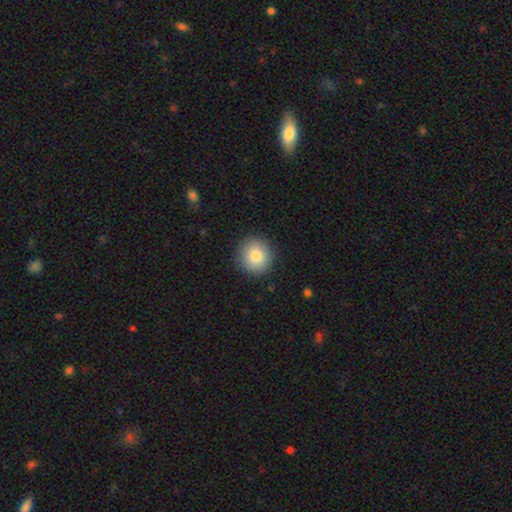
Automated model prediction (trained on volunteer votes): Smooth or featured?
  - smooth: 82% *
  - star or artifact: 9%
  - featured or disk: 9%
How rounded?
  - round: 92% *
  - in between: 7%
  - cigar-shaped: 1%
Merging?
  - none: 90% *
  - minor disturbance: 7%
  - major disturbance: 2%
  - merger: 1%